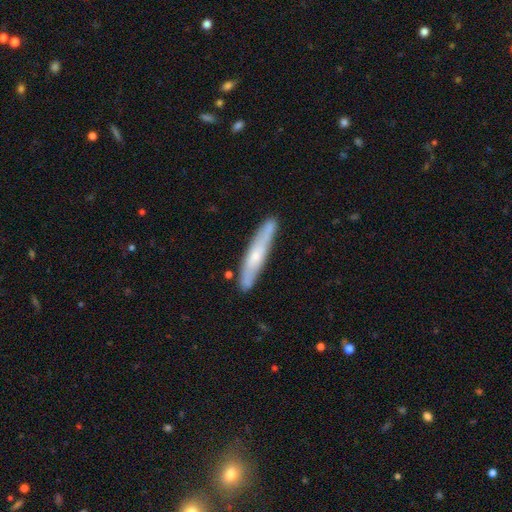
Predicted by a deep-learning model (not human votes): smooth_or_featured: smooth (p=0.49) [alt: featured or disk p=0.46]
merging: none (p=0.84) [alt: minor disturbance p=0.12]